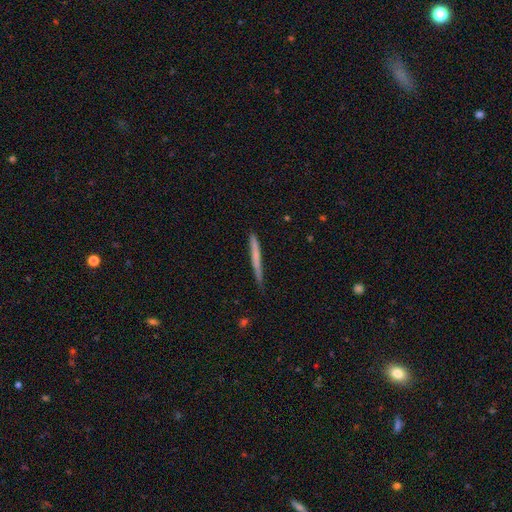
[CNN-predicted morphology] smooth_or_featured: smooth (p=0.58) [alt: featured or disk p=0.36]
how_rounded: cigar-shaped (p=0.97) [alt: in between p=0.02]
merging: none (p=0.83) [alt: minor disturbance p=0.13]